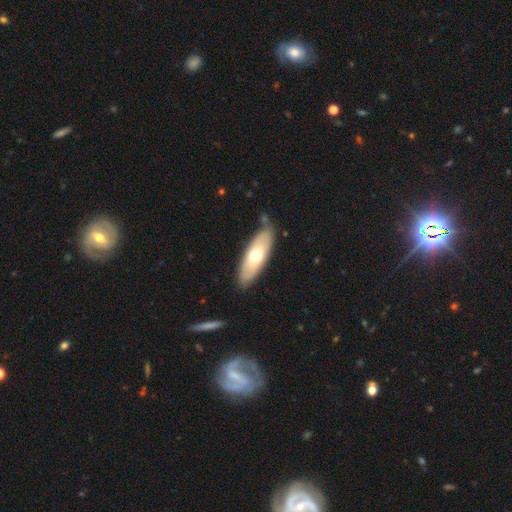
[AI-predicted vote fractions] This is possibly a smooth galaxy (59%). How rounded: likely in between (62%). Merging: likely none (78%).